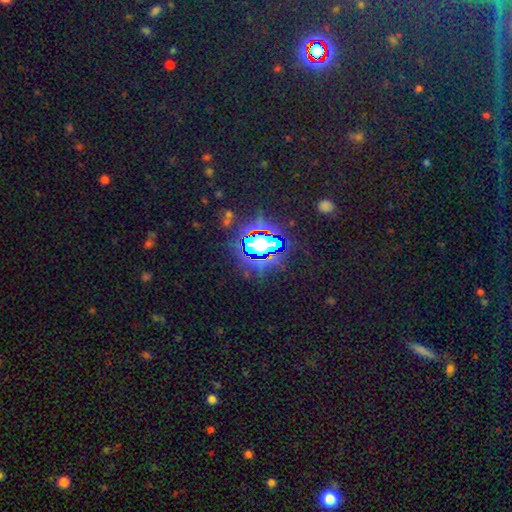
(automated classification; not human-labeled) A star or artifact, not a galaxy (81%).